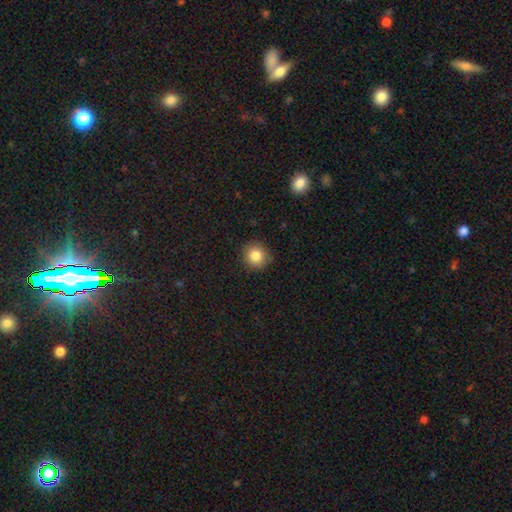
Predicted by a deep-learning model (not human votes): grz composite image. It shows a smooth galaxy with no disk features (84%) that is round (89%). Merging: none (88%).